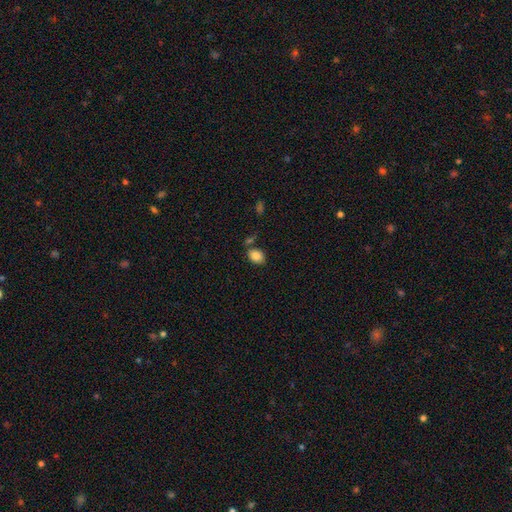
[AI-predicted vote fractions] Morphology: type=smooth (85%); roundness=in between (73%); merging=none (71%).